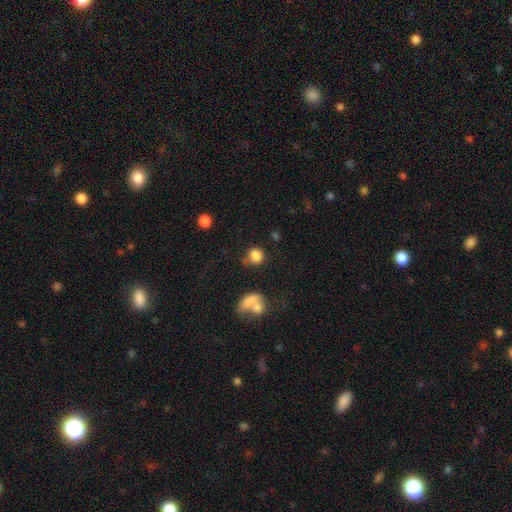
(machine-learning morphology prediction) smooth 82%, star or artifact 11%, featured or disk 7%. Down the decision tree: how rounded — round (65%); merging — none (54%).